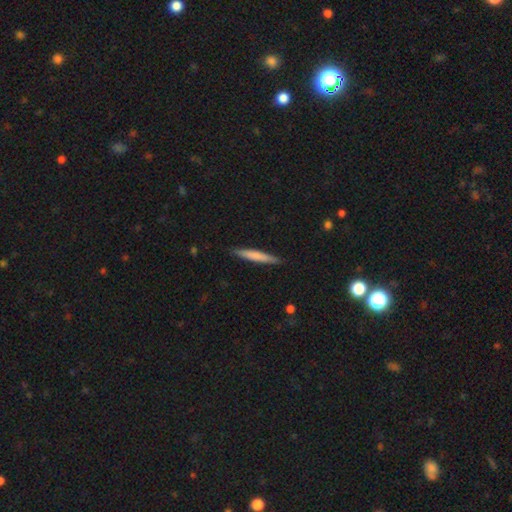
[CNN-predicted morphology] The model was most divided on "smooth or featured": smooth: 70%, featured or disk: 24%, star or artifact: 5%. More confident: how rounded — cigar-shaped (94%); merging — none (88%).